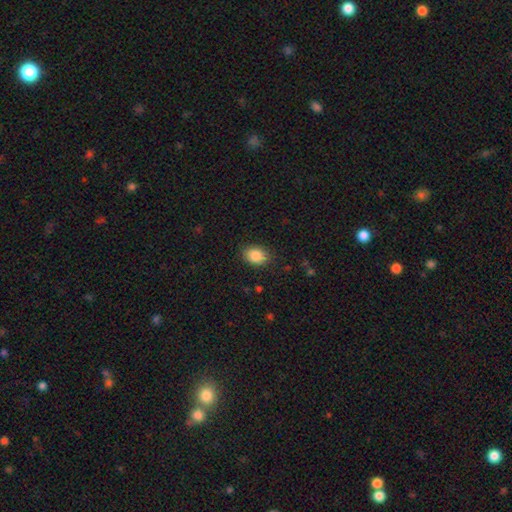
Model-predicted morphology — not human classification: Smooth or featured?
  - smooth: 88% *
  - star or artifact: 8%
  - featured or disk: 4%
How rounded?
  - in between: 73% *
  - round: 26%
  - cigar-shaped: 1%
Merging?
  - none: 85% *
  - minor disturbance: 11%
  - major disturbance: 3%
  - merger: 1%